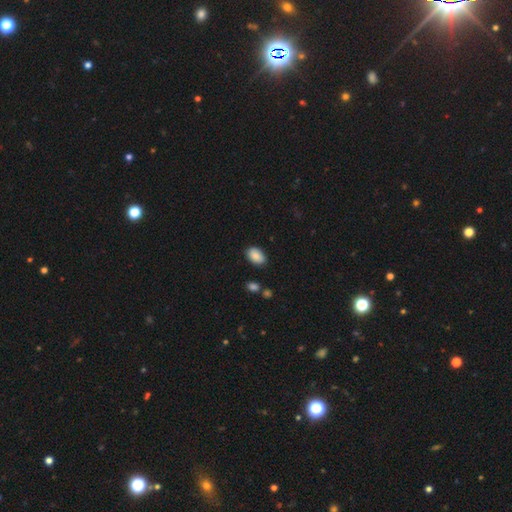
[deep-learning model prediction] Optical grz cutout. It shows a smooth galaxy with no disk features (88%) that is in between round and cigar-shaped (90%). Merging: none (83%).